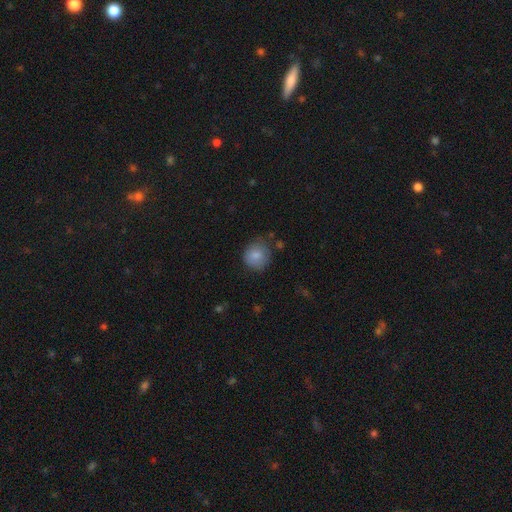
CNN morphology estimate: type=smooth (84%); roundness=round (83%); merging=none (68%).